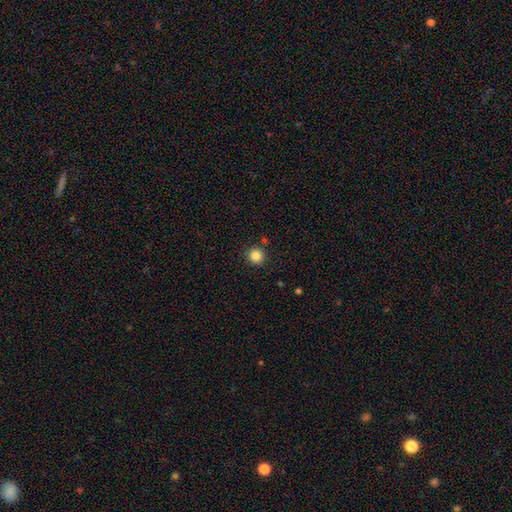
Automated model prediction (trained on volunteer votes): Q: Smooth or featured?
A: smooth (84%); runner-up: star or artifact (11%)
Q: How rounded?
A: round (95%); runner-up: in between (4%)
Q: Merging?
A: none (90%); runner-up: minor disturbance (6%)